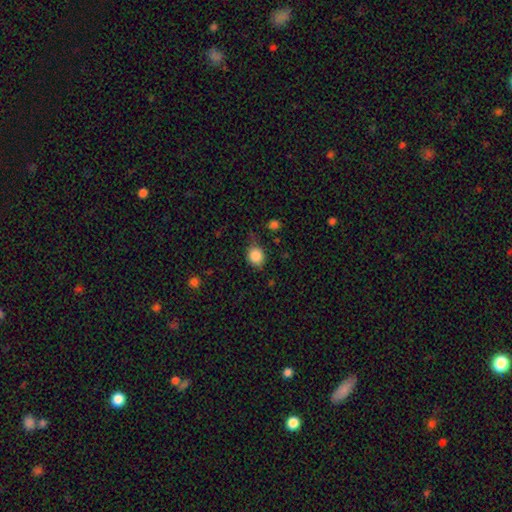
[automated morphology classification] Smooth or featured? smooth (85%)
How rounded? round (66%)
Merging? none (68%)